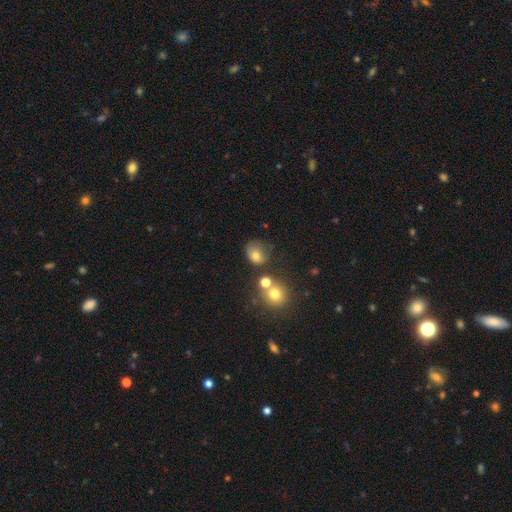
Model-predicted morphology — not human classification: smooth 71%, star or artifact 16%, featured or disk 14%. Down the decision tree: how rounded — round (55%); merging — none (47%).